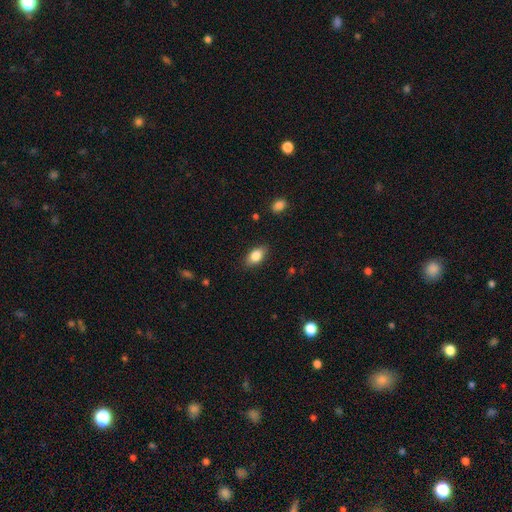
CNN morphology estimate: Smooth or featured? smooth (82%)
How rounded? in between (88%)
Merging? none (85%)